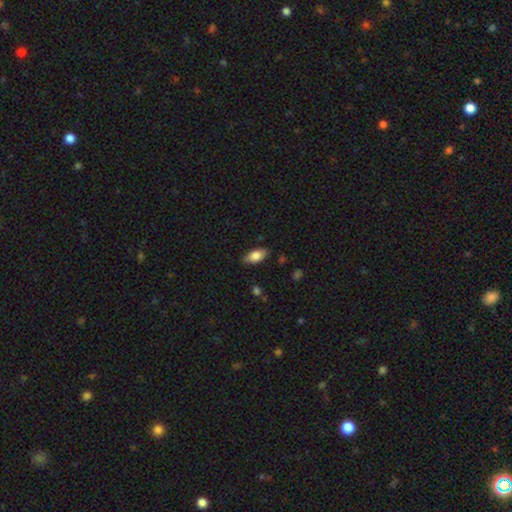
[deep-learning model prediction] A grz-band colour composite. It shows a smooth galaxy with no disk features (79%) that is in between round and cigar-shaped (88%). Merging: none (83%).